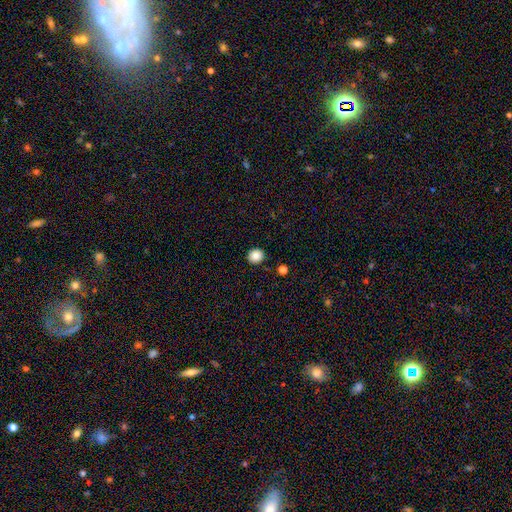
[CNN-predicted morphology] Smooth or featured?
  - smooth: 86% *
  - star or artifact: 10%
  - featured or disk: 4%
How rounded?
  - round: 89% *
  - in between: 10%
  - cigar-shaped: 1%
Merging?
  - none: 91% *
  - minor disturbance: 6%
  - major disturbance: 2%
  - merger: 2%